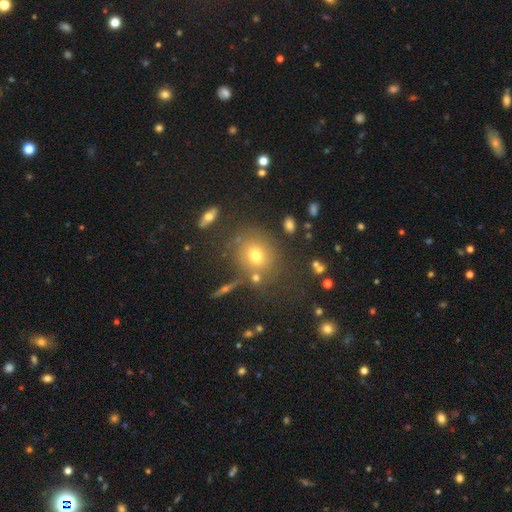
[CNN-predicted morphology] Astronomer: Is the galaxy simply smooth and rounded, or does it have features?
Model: smooth — 65%.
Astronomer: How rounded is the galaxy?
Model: round — 74%.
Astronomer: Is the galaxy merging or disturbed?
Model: none — 75%.